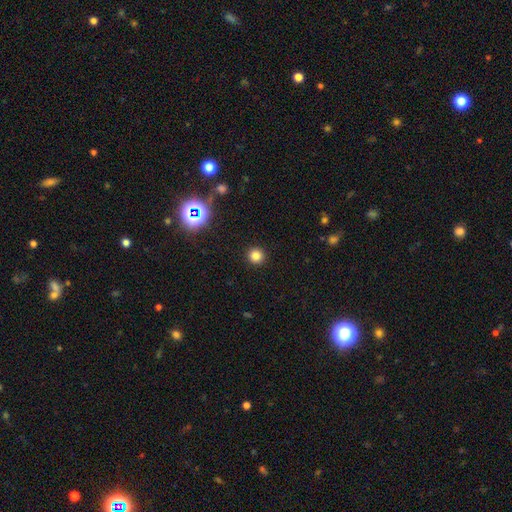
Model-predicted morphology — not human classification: A smooth galaxy with no disk features (80%) that is round (95%). Merging: none (93%).